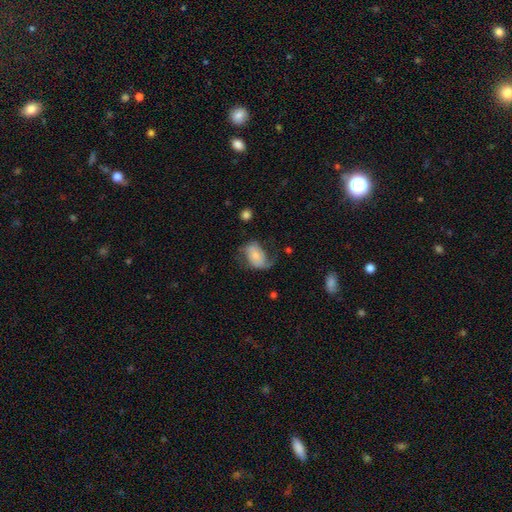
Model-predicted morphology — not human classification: type=featured or disk (60%); edge-on=no (96%); bar=no (60%); spiral arms=yes (87%); bulge=small (51%); merging=none (49%).